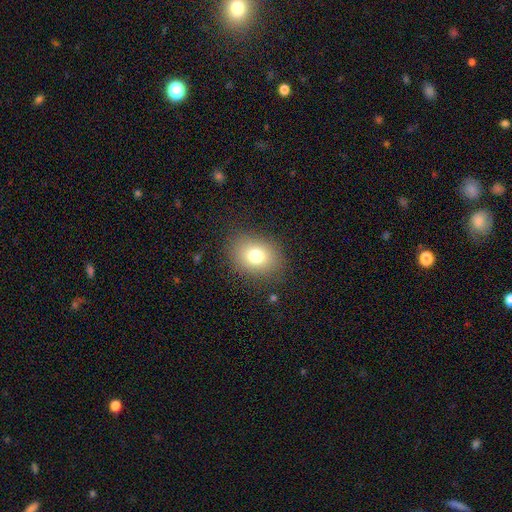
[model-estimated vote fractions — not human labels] smooth 76%, star or artifact 12%, featured or disk 11%. Down the decision tree: how rounded — in between (52%); merging — none (84%).